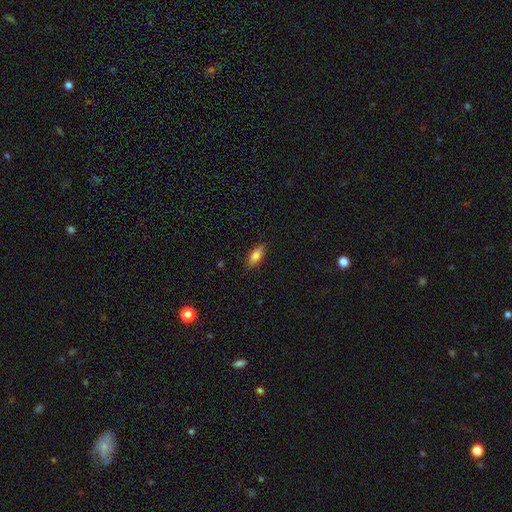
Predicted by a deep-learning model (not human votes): A smooth galaxy with no disk features (80%) that is in between round and cigar-shaped (75%). Merging: none (85%).